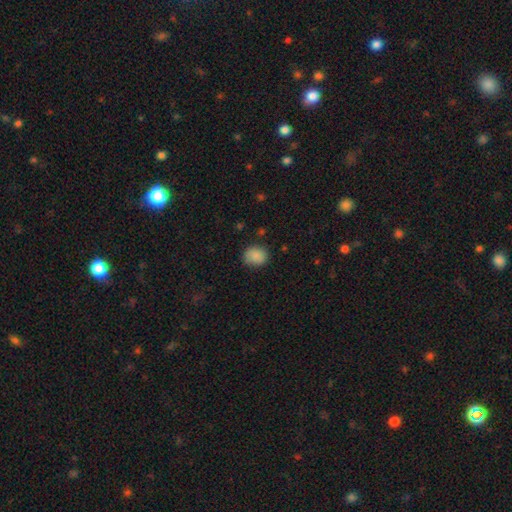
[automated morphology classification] Smooth or featured? Predicted: smooth (p=0.87). How rounded? Predicted: round (p=0.68). Merging? Predicted: none (p=0.79).